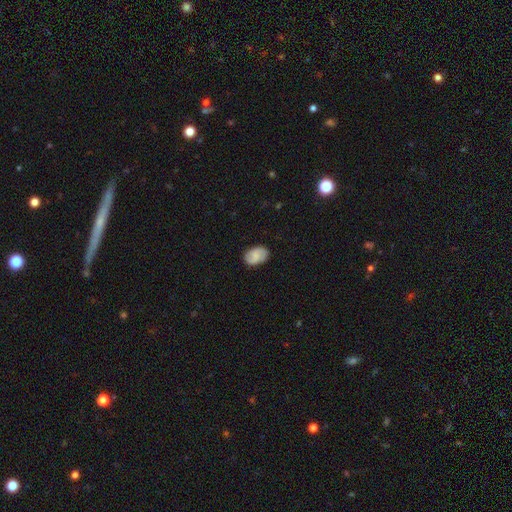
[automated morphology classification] smooth-or-featured: smooth: 61% | featured or disk: 32% | star or artifact: 8%
  how-rounded: in between: 85% | round: 14% | cigar-shaped: 1%
  merging: none: 82% | minor disturbance: 14% | major disturbance: 3% | merger: 1%